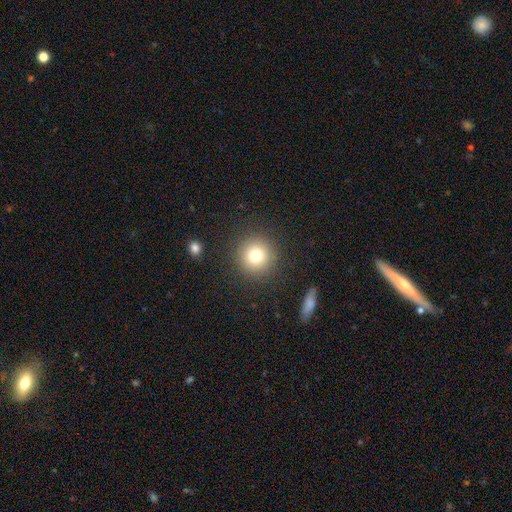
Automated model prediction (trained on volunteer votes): smooth_or_featured: smooth (p=0.78) [alt: star or artifact p=0.13]
how_rounded: round (p=0.95) [alt: in between p=0.04]
merging: none (p=0.89) [alt: minor disturbance p=0.06]